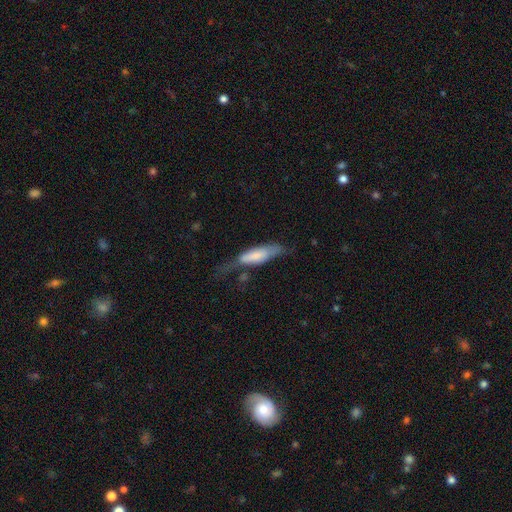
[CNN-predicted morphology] A smooth galaxy with no disk features (67%) that is cigar-shaped (57%). Merging: major disturbance (33%).